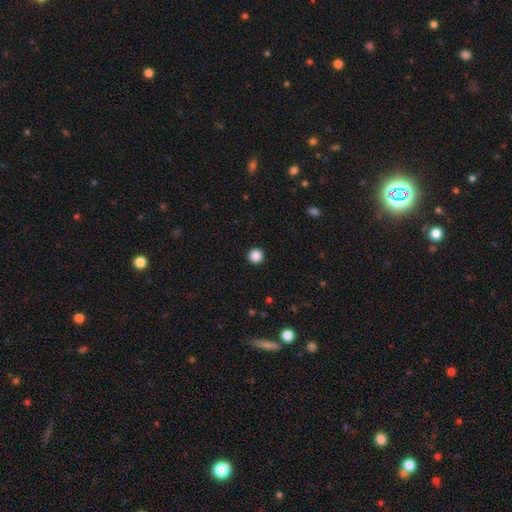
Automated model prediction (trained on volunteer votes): This is clearly a smooth galaxy (87%). How rounded: clearly round (96%). Merging: clearly none (94%).